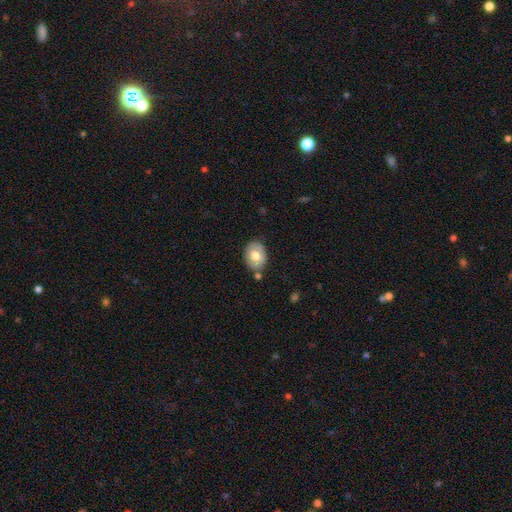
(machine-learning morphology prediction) smooth 67%, featured or disk 26%, star or artifact 7%. Down the decision tree: how rounded — in between (68%); merging — none (75%).